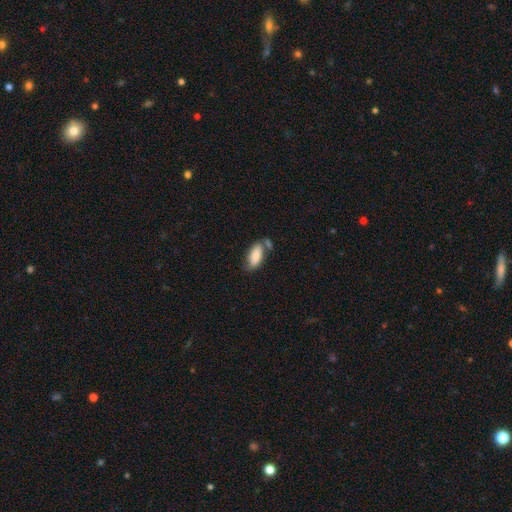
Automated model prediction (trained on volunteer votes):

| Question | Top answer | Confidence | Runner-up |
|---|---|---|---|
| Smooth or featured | smooth | 81% | featured or disk (12%) |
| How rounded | in between | 85% | cigar-shaped (13%) |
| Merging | none | 52% | minor disturbance (21%) |